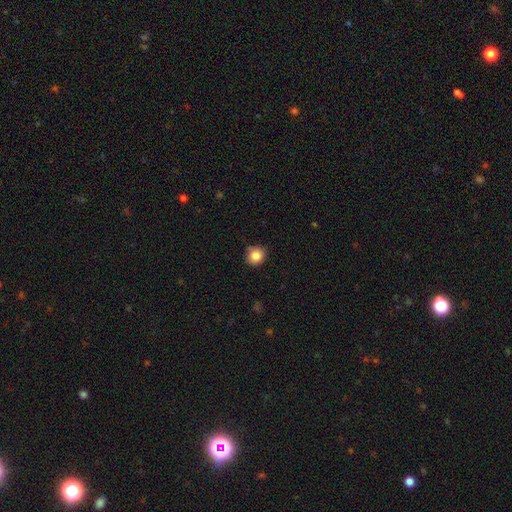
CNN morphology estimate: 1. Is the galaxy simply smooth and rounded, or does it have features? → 85% smooth, 10% star or artifact, 5% featured or disk.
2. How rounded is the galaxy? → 90% round, 9% in between, 1% cigar-shaped.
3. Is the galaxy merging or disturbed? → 86% none, 11% minor disturbance, 2% major disturbance, 1% merger.